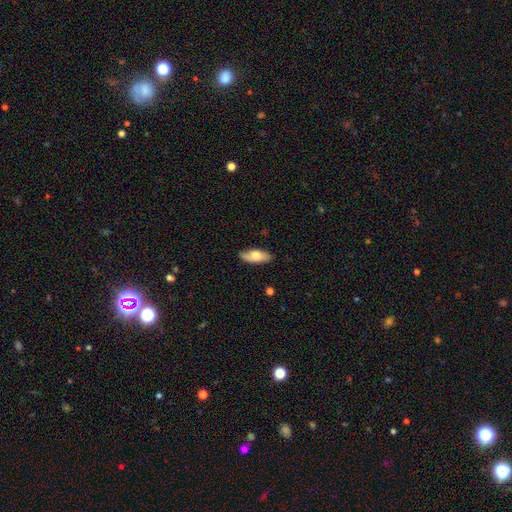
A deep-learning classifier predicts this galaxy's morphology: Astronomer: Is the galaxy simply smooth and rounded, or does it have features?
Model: smooth — 71%.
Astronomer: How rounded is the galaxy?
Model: in between — 77%.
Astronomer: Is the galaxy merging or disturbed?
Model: none — 85%.